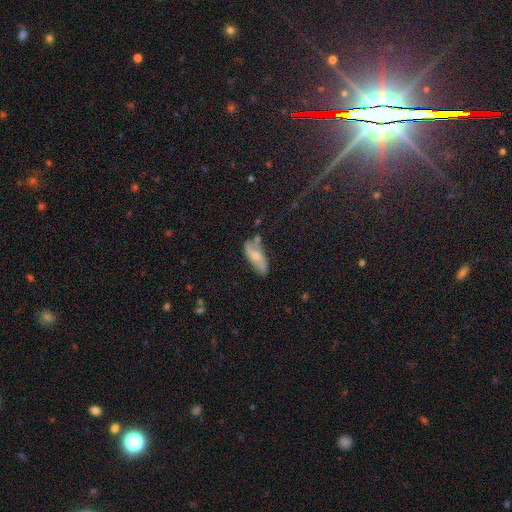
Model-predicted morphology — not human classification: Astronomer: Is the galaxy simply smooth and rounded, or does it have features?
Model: featured or disk — 52% (runner-up: smooth, 40%).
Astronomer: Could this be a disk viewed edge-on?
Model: no — 85%.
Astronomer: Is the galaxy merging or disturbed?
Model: none — 63%.